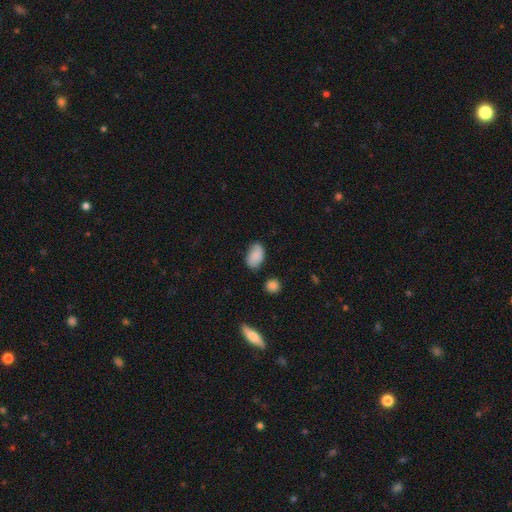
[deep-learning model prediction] This is likely a smooth galaxy (74%). How rounded: clearly in between (89%). Merging: likely none (64%).